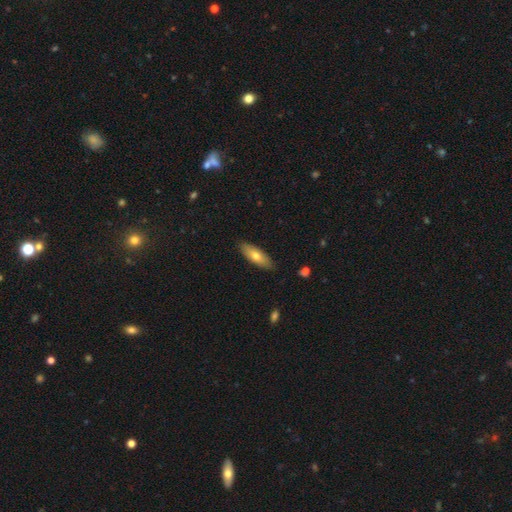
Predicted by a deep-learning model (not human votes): This is likely a smooth galaxy (69%). How rounded: likely in between (63%). Merging: clearly none (86%).